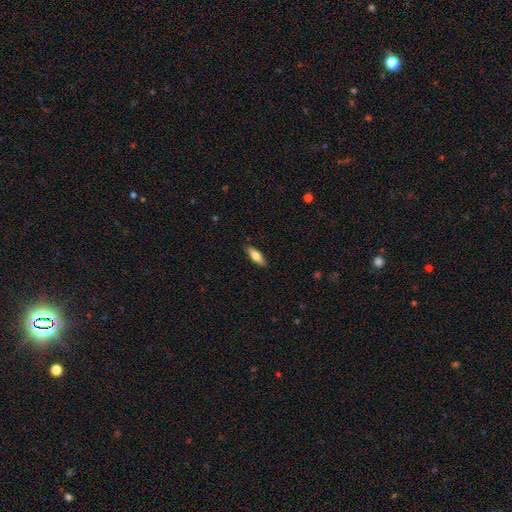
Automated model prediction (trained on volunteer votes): smooth-or-featured: smooth: 71% | featured or disk: 23% | star or artifact: 6%
  how-rounded: in between: 59% | cigar-shaped: 39% | round: 2%
  merging: none: 87% | minor disturbance: 10% | major disturbance: 2% | merger: 1%